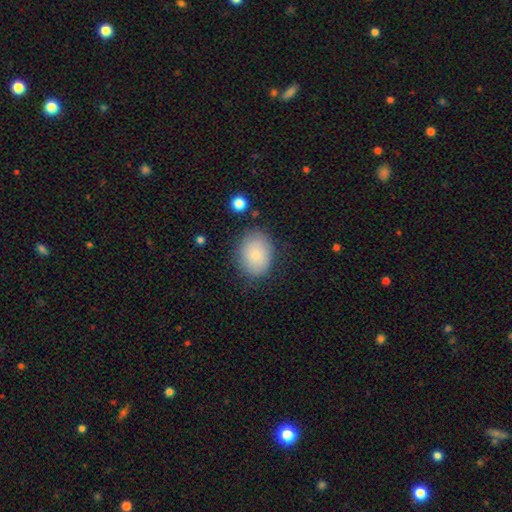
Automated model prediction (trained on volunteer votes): This appears to be a smooth galaxy with no disk features (77%) that is in between round and cigar-shaped (54%). Merging: none (76%).